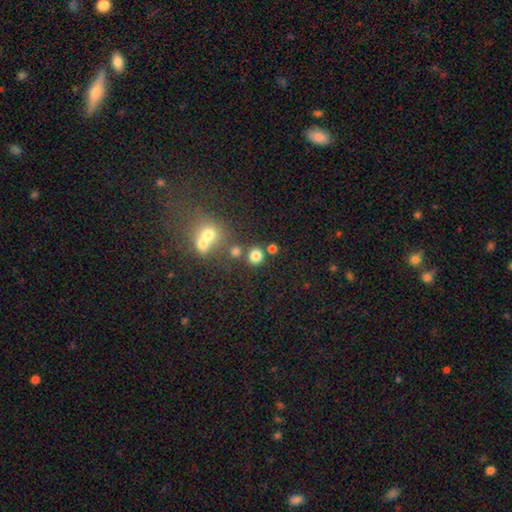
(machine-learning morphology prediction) Smooth or featured: smooth — 79% (star or artifact — 15%)
How rounded: round — 89% (in between — 10%)
Merging: none — 74% (merger — 15%)